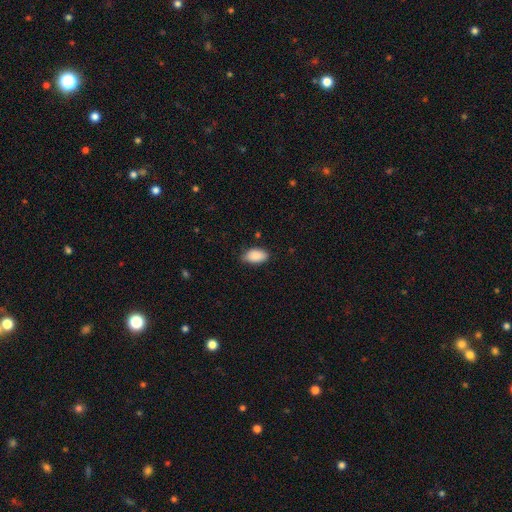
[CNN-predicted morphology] A smooth galaxy with no disk features (88%) that is in between round and cigar-shaped (94%).

Vote fractions:
- Smooth or featured? smooth: 88% / star or artifact: 7% / featured or disk: 5%
- How rounded? in between: 94% / round: 4% / cigar-shaped: 2%
- Merging? none: 76% / minor disturbance: 20% / major disturbance: 3% / merger: 1%